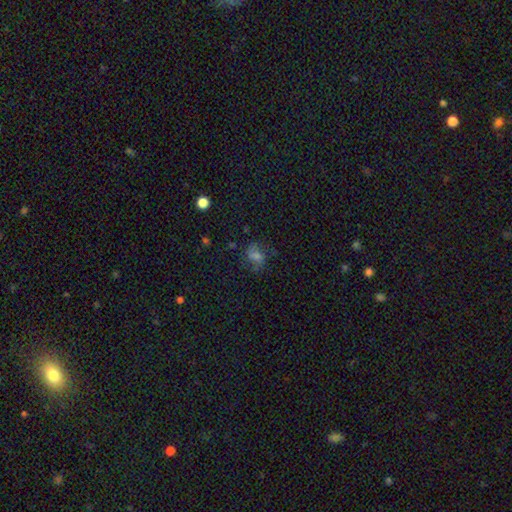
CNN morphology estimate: type=smooth (44%); merging=none (62%).